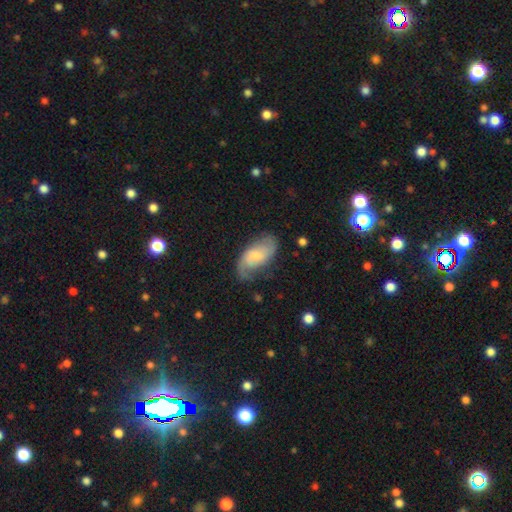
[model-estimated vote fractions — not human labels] Smooth or featured?
  - featured or disk: 66% *
  - smooth: 28%
  - star or artifact: 6%
Edge-on disk?
  - no: 95% *
  - yes: 5%
Bar?
  - no: 52% *
  - weak: 41%
  - strong: 7%
Spiral arms?
  - yes: 90% *
  - no: 10%
Spiral winding?
  - medium: 42% *
  - loose: 36%
  - tight: 22%
Spiral arm count?
  - 2: 77% *
  - can't tell: 12%
  - 1: 8%
  - 3: 2%
  - 4: 1%
  - more than 4: 1%
Bulge size?
  - small: 47% *
  - moderate: 41%
  - none: 6%
  - large: 5%
  - dominant: 1%
Merging?
  - none: 64% *
  - minor disturbance: 24%
  - major disturbance: 11%
  - merger: 2%